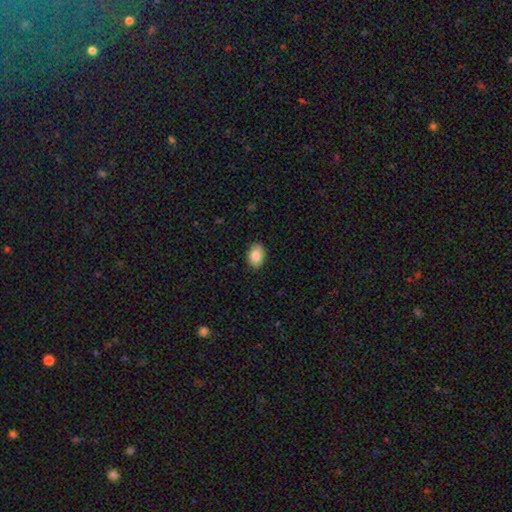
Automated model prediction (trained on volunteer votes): smooth_or_featured: smooth (p=0.85) [alt: star or artifact p=0.07]
how_rounded: in between (p=0.79) [alt: round p=0.20]
merging: none (p=0.87) [alt: minor disturbance p=0.10]